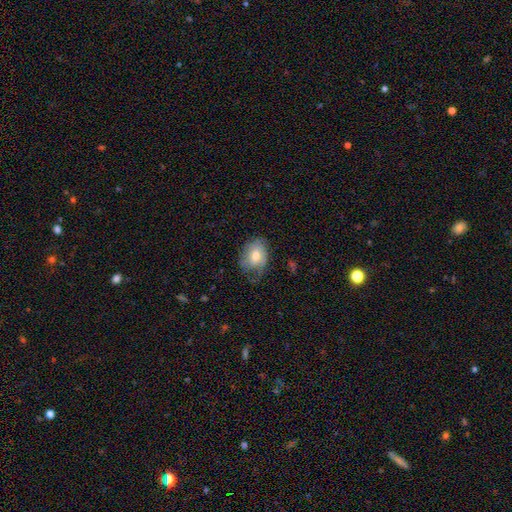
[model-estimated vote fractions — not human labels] Q: Smooth or featured?
A: smooth (62%); runner-up: featured or disk (31%)
Q: How rounded?
A: in between (72%); runner-up: round (27%)
Q: Merging?
A: none (52%); runner-up: minor disturbance (33%)